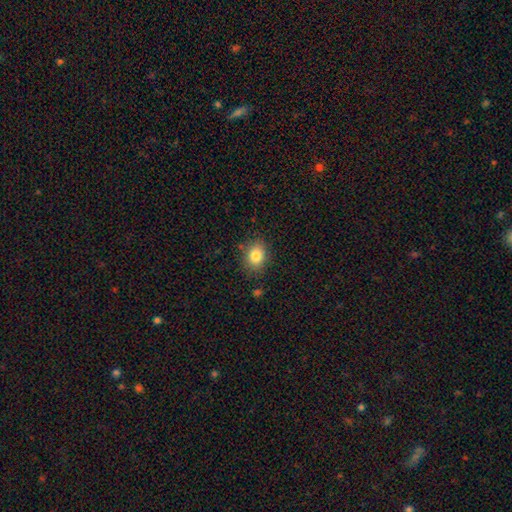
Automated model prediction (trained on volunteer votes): A smooth galaxy with no disk features (83%) that is in between round and cigar-shaped (53%).

Vote fractions:
- Smooth or featured? smooth: 83% / star or artifact: 10% / featured or disk: 7%
- How rounded? in between: 53% / round: 46% / cigar-shaped: 1%
- Merging? none: 83% / minor disturbance: 12% / major disturbance: 3% / merger: 2%